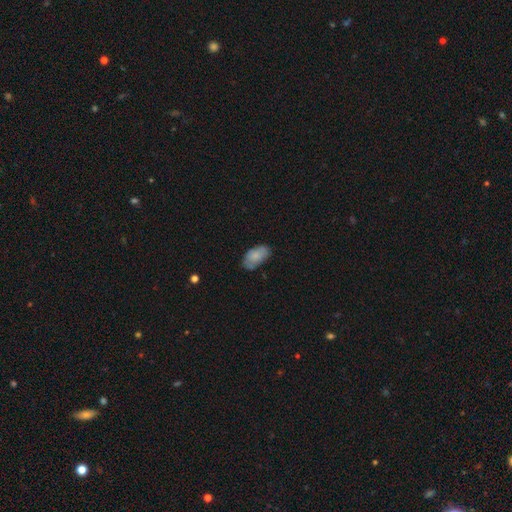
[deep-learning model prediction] Morphology: type=smooth (79%); roundness=in between (94%); merging=none (69%).